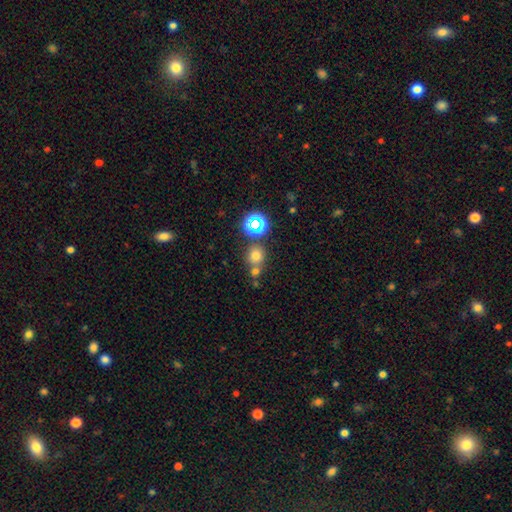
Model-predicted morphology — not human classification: The model was most divided on "merging": none: 62%, merger: 26%, minor disturbance: 8%, major disturbance: 3%. More confident: how rounded — round (87%); smooth or featured — smooth (68%).